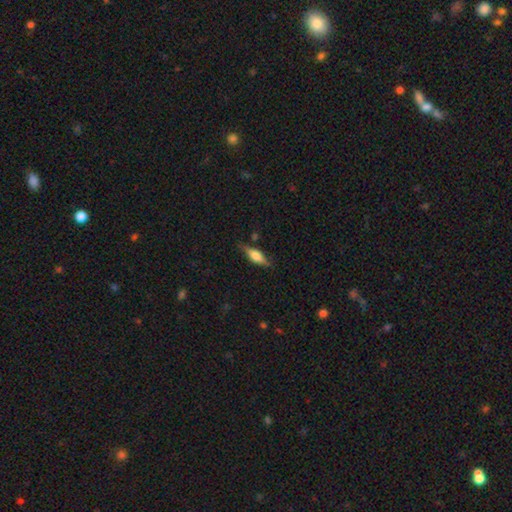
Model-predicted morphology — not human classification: This is possibly a smooth galaxy (48%). Merging: likely none (77%).